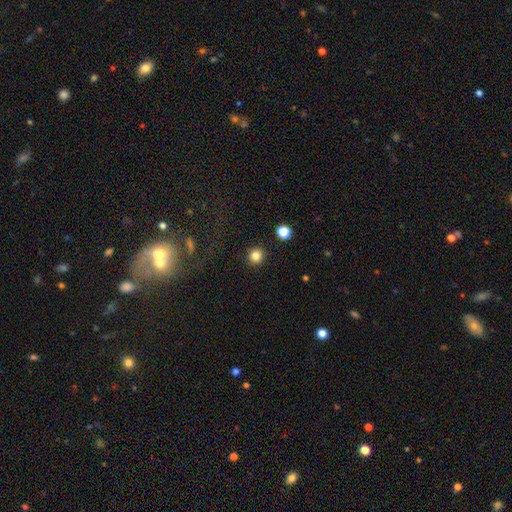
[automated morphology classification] smooth-or-featured: smooth: 84% | star or artifact: 11% | featured or disk: 4%
  how-rounded: round: 94% | in between: 5% | cigar-shaped: 1%
  merging: none: 91% | minor disturbance: 5% | major disturbance: 2% | merger: 2%